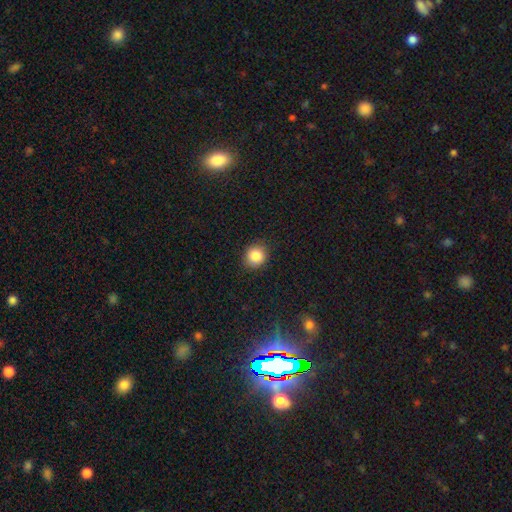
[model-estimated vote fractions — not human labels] Smooth or featured: smooth — 84% (star or artifact — 11%)
How rounded: round — 85% (in between — 14%)
Merging: none — 89% (minor disturbance — 8%)